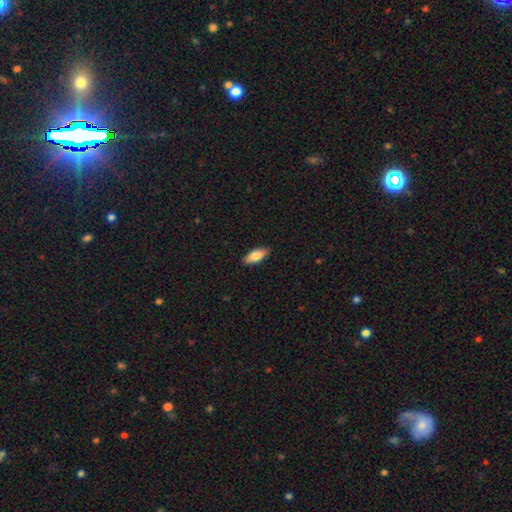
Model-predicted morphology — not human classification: type=smooth (81%); roundness=in between (78%); merging=none (89%).